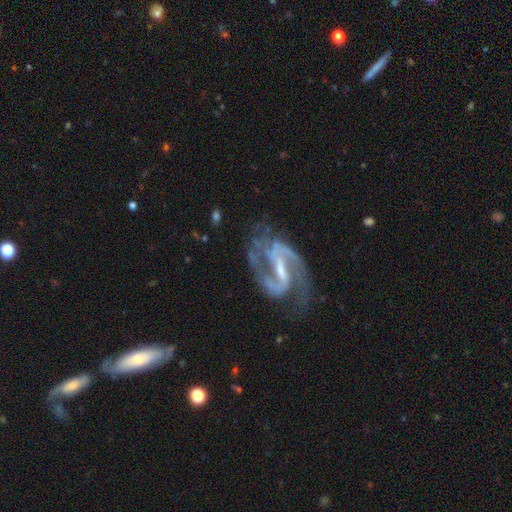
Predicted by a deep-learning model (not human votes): This appears to be a featured or disk galaxy (93%) with a strong bar (57%), 2 (94%) medium (63%) spiral arms (98%) and a small central bulge (59%). Merging: none (74%).